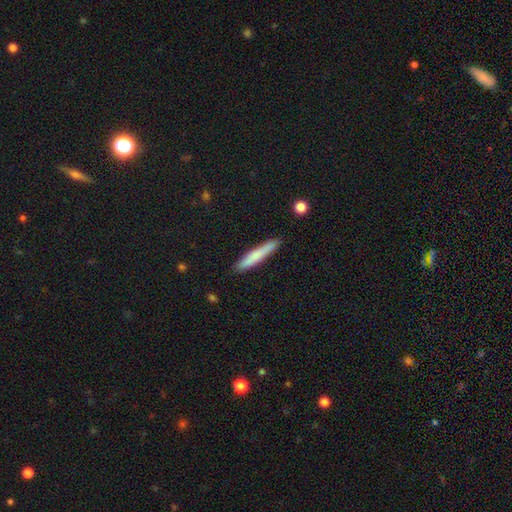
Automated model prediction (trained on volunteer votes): smooth 72%, featured or disk 22%, star or artifact 6%. Down the decision tree: how rounded — cigar-shaped (94%); merging — none (86%).